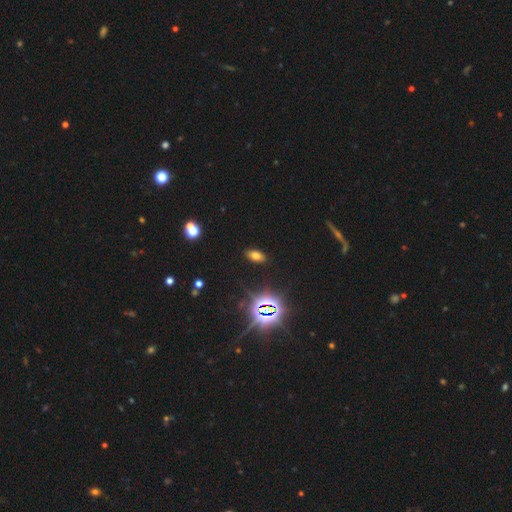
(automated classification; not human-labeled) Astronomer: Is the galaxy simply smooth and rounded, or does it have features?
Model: smooth — 61%.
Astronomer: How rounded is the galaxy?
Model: in between — 88%.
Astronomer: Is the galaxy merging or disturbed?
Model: none — 88%.